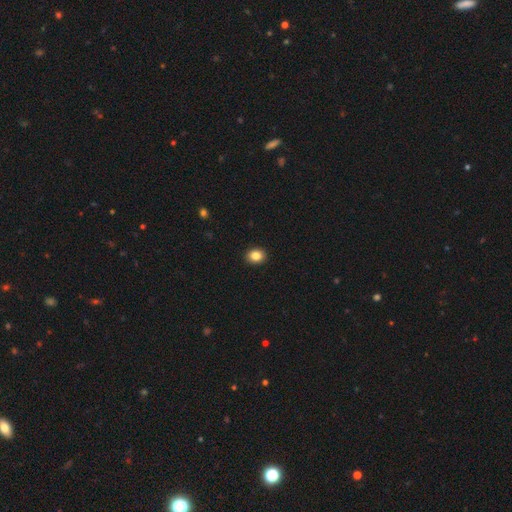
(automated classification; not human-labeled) A smooth galaxy with no disk features (85%) that is round (59%). Merging: none (92%).